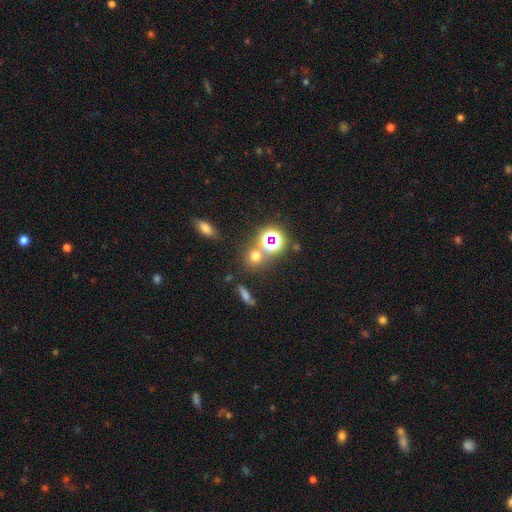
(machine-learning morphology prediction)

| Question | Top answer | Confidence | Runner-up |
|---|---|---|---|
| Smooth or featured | smooth | 59% | star or artifact (33%) |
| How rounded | round | 85% | in between (13%) |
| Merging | none | 70% | merger (17%) |